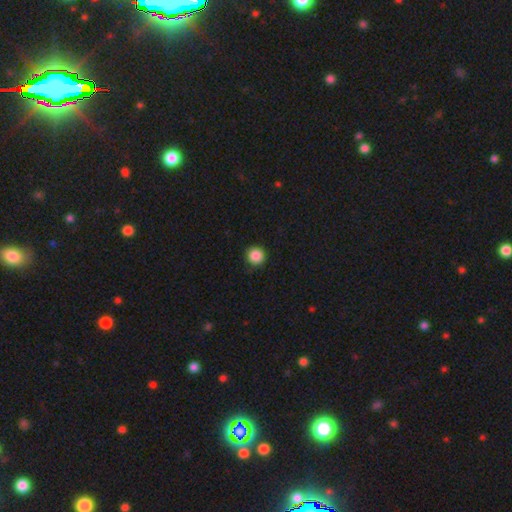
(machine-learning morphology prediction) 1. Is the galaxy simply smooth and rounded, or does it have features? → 88% smooth, 10% star or artifact, 3% featured or disk.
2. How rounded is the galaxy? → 96% round, 3% in between, 1% cigar-shaped.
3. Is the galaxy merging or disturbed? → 92% none, 5% minor disturbance, 2% major disturbance, 1% merger.